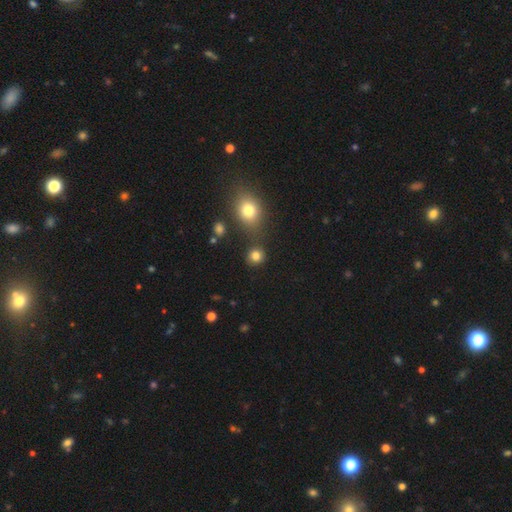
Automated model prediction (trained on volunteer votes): smooth-or-featured: smooth: 81% | star or artifact: 13% | featured or disk: 6%
  how-rounded: round: 87% | in between: 12% | cigar-shaped: 1%
  merging: none: 79% | minor disturbance: 9% | merger: 9% | major disturbance: 3%